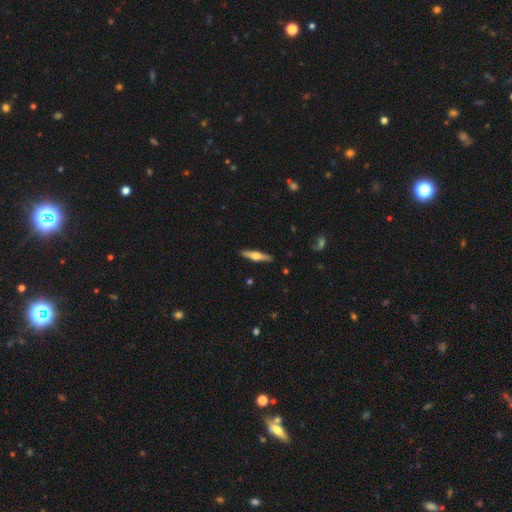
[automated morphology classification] Smooth or featured?
  - featured or disk: 63% *
  - smooth: 32%
  - star or artifact: 5%
Edge-on disk?
  - yes: 97% *
  - no: 3%
Edge-on bulge?
  - rounded: 93% *
  - boxy: 5%
  - none: 3%
Merging?
  - none: 91% *
  - minor disturbance: 7%
  - major disturbance: 1%
  - merger: 1%